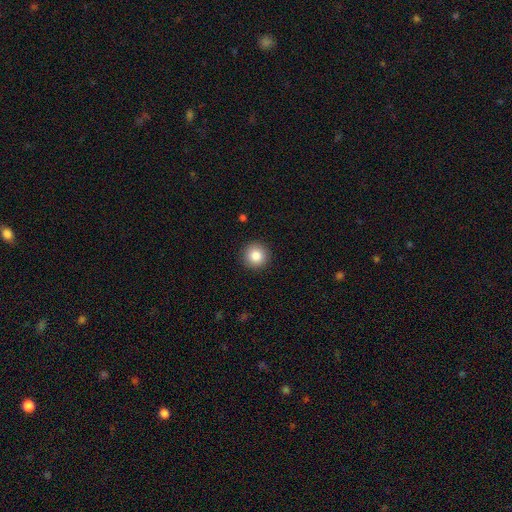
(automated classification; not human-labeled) Smooth or featured? Predicted: smooth (p=0.85). How rounded? Predicted: round (p=0.95). Merging? Predicted: none (p=0.92).